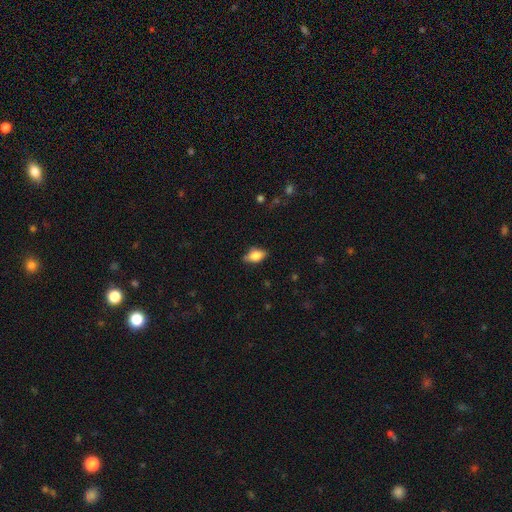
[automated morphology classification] smooth_or_featured: smooth (p=0.74) [alt: featured or disk p=0.18]
how_rounded: in between (p=0.86) [alt: round p=0.07]
merging: none (p=0.73) [alt: minor disturbance p=0.21]